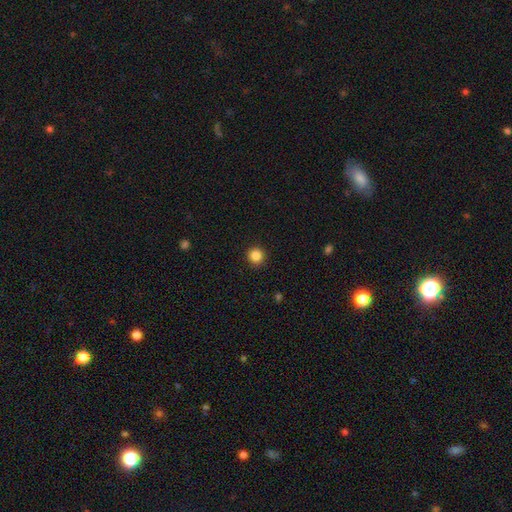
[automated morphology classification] Smooth or featured? smooth (86%)
How rounded? round (95%)
Merging? none (93%)